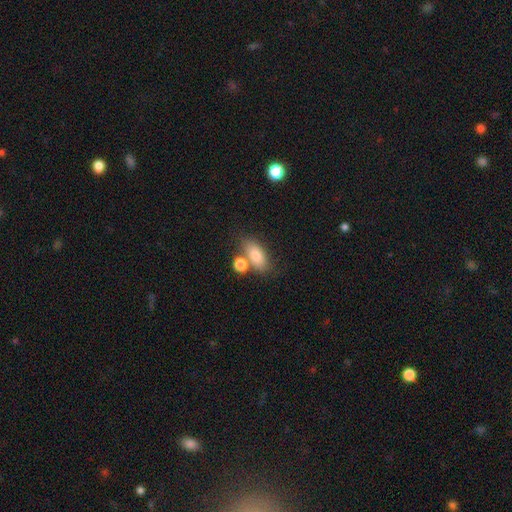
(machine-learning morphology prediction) smooth 79%, featured or disk 12%, star or artifact 9%. Down the decision tree: how rounded — in between (85%); merging — none (56%).